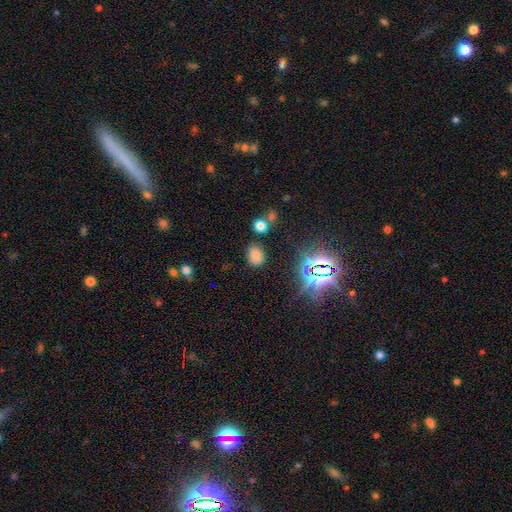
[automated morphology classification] The model was most divided on "how rounded": in between: 65%, round: 33%, cigar-shaped: 2%. More confident: merging — none (76%); smooth or featured — smooth (70%).